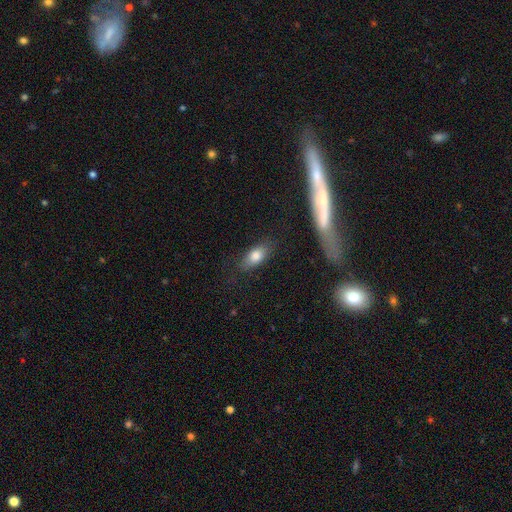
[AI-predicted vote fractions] This appears to be a smooth galaxy with no disk features (78%) that is in between round and cigar-shaped (81%). Merging: none (79%).